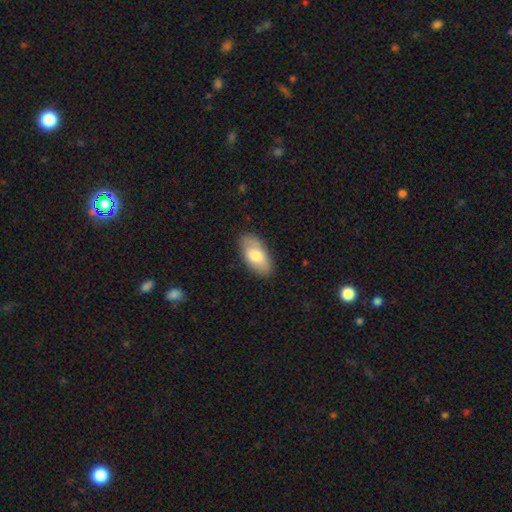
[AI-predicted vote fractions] Smooth or featured?
  - smooth: 73% *
  - featured or disk: 21%
  - star or artifact: 6%
How rounded?
  - in between: 94% *
  - cigar-shaped: 4%
  - round: 3%
Merging?
  - none: 83% *
  - minor disturbance: 13%
  - major disturbance: 3%
  - merger: 1%